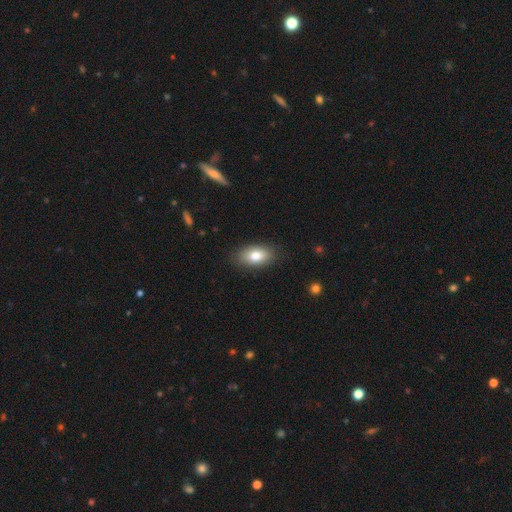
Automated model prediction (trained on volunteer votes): A smooth galaxy with no disk features (80%) that is in between round and cigar-shaped (91%). Merging: none (85%).